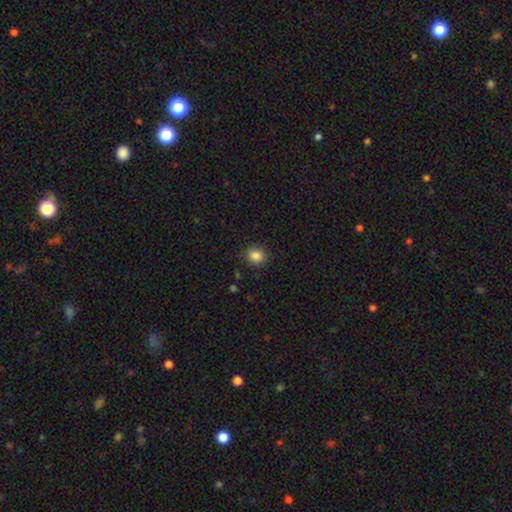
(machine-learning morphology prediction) smooth_or_featured: smooth (p=0.85) [alt: star or artifact p=0.10]
how_rounded: round (p=0.74) [alt: in between p=0.25]
merging: none (p=0.87) [alt: minor disturbance p=0.10]